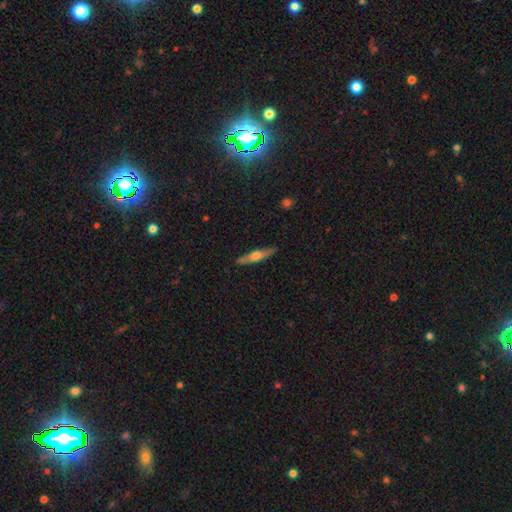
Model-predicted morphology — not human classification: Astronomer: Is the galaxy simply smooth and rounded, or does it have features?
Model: featured or disk — 57% (runner-up: smooth, 37%).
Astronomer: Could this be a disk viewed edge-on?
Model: yes — 93%.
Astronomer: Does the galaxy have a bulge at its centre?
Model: rounded — 90%.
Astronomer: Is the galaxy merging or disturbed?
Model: none — 87%.